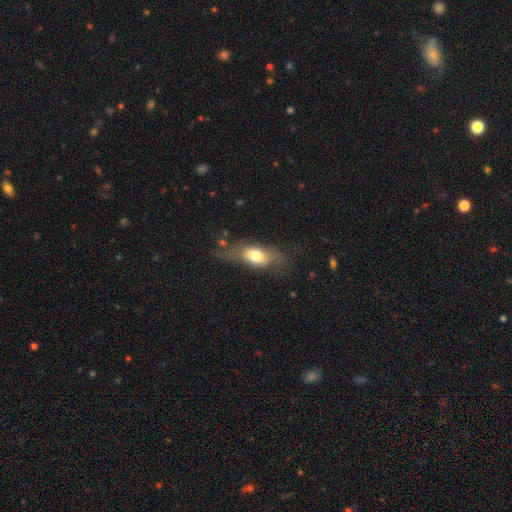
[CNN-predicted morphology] smooth_or_featured: smooth (p=0.66) [alt: featured or disk p=0.26]
how_rounded: in between (p=0.79) [alt: cigar-shaped p=0.12]
merging: none (p=0.54) [alt: minor disturbance p=0.25]